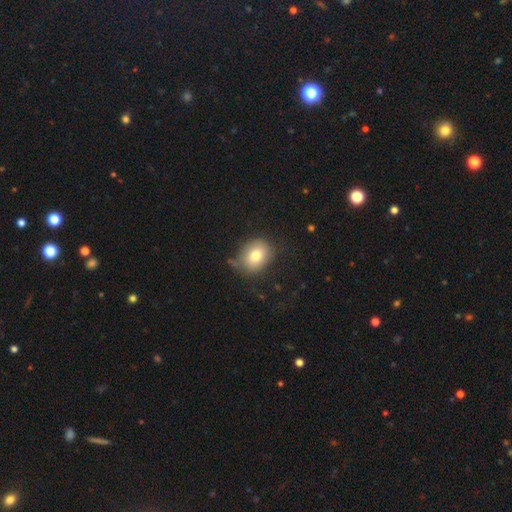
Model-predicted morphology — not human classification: This appears to be a smooth galaxy with no disk features (78%) that is round (52%). Merging: none (72%).